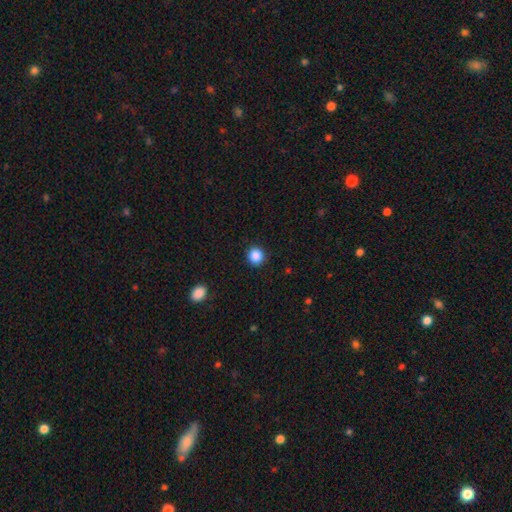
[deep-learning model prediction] This is clearly a smooth galaxy (87%). How rounded: clearly round (91%). Merging: clearly none (90%).